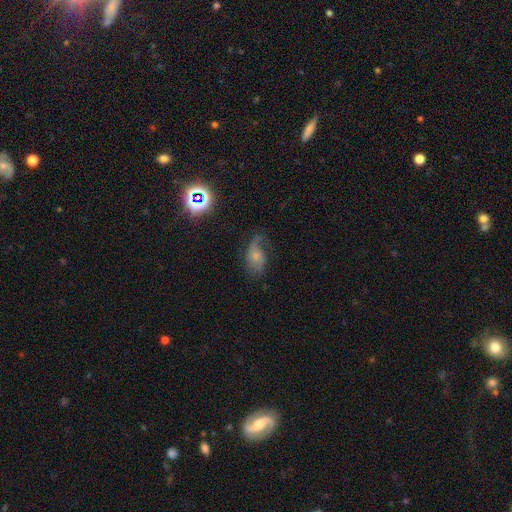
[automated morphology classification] Smooth or featured: featured or disk — 53% (smooth — 33%)
Edge-on disk: no — 94% (yes — 6%)
Bar: no — 73% (weak — 22%)
Spiral arms: yes — 83% (no — 17%)
Bulge size: small — 49% (moderate — 36%)
Merging: none — 45% (minor disturbance — 26%)